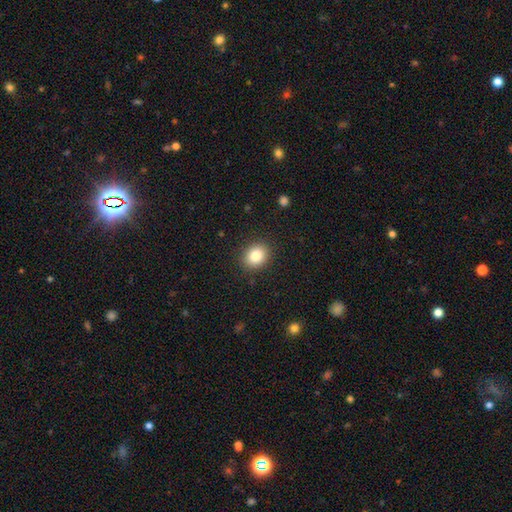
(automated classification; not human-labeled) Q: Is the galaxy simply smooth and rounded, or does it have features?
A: smooth — 85%.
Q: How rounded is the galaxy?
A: round — 57%.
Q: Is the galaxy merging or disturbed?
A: none — 89%.